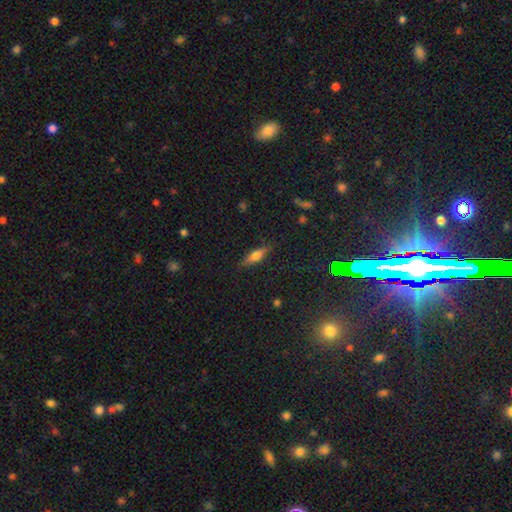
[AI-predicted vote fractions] Smooth or featured: smooth — 49% (featured or disk — 42%)
Merging: none — 86% (minor disturbance — 10%)